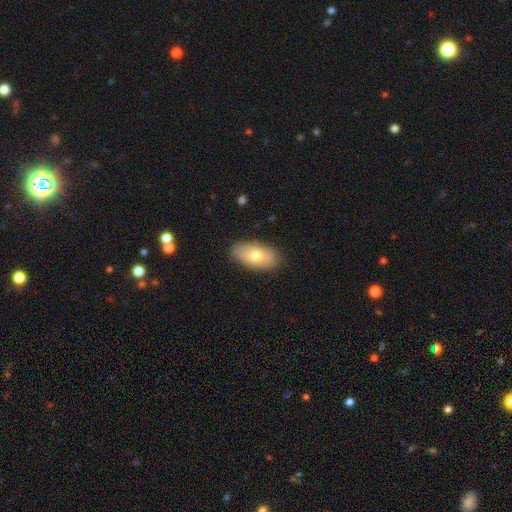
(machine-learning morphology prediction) This is likely a smooth galaxy (71%). How rounded: clearly in between (92%). Merging: clearly none (84%).